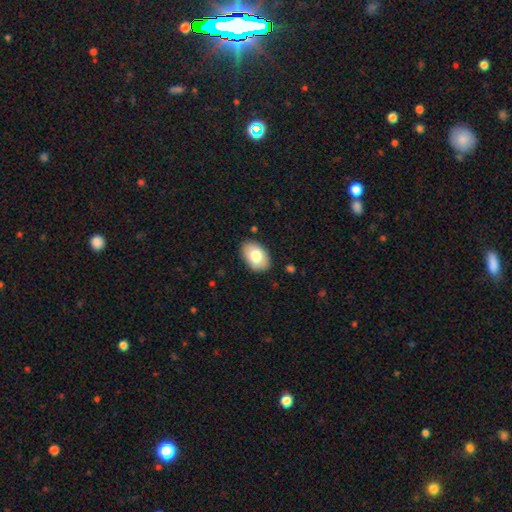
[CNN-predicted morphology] Smooth or featured?
  - smooth: 78% *
  - featured or disk: 15%
  - star or artifact: 7%
How rounded?
  - in between: 88% *
  - round: 11%
  - cigar-shaped: 1%
Merging?
  - none: 87% *
  - minor disturbance: 10%
  - major disturbance: 2%
  - merger: 1%